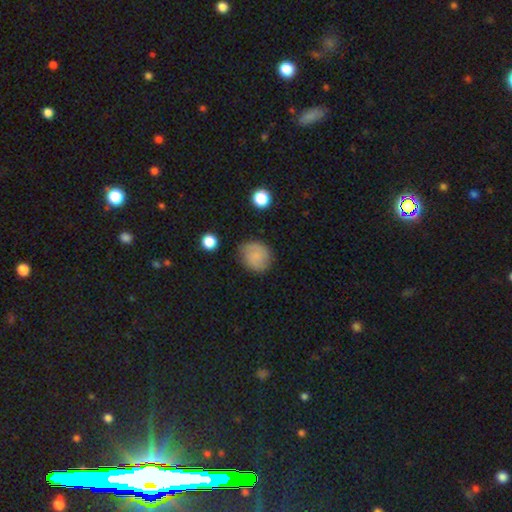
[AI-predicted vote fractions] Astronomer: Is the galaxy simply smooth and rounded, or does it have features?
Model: smooth — 65%.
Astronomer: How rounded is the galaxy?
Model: round — 79%.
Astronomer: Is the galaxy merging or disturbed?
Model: none — 76%.